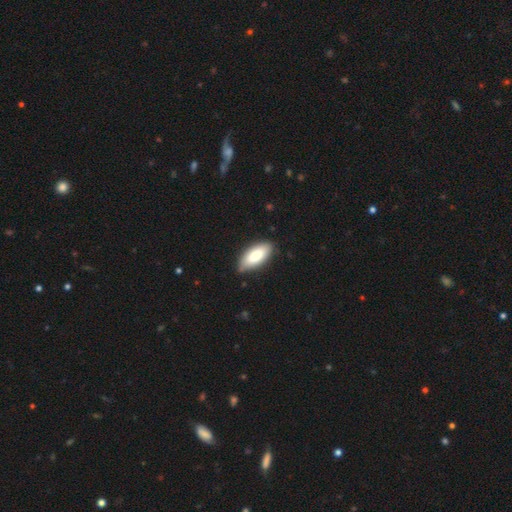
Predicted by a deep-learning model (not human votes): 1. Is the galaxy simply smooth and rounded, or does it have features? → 82% smooth, 12% featured or disk, 6% star or artifact.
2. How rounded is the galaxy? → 87% in between, 11% cigar-shaped, 2% round.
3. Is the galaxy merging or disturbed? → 82% none, 15% minor disturbance, 2% major disturbance, 1% merger.